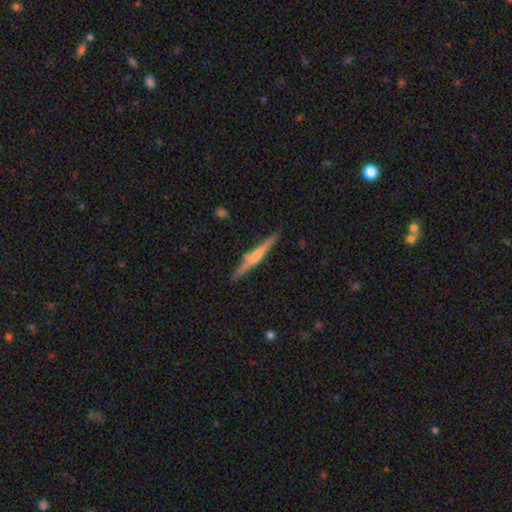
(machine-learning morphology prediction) Smooth or featured? Predicted: featured or disk (p=0.59). Edge-on disk? Predicted: yes (p=0.97). Edge-on bulge? Predicted: rounded (p=0.51). Merging? Predicted: none (p=0.81).